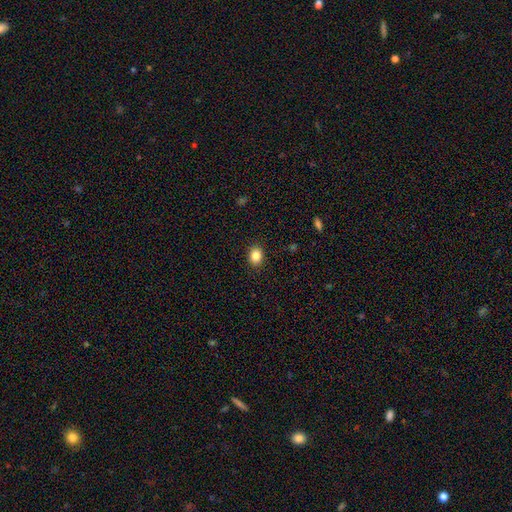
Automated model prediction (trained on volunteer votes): Smooth or featured: smooth — 85% (star or artifact — 10%)
How rounded: in between — 50% (round — 49%)
Merging: none — 90% (minor disturbance — 7%)